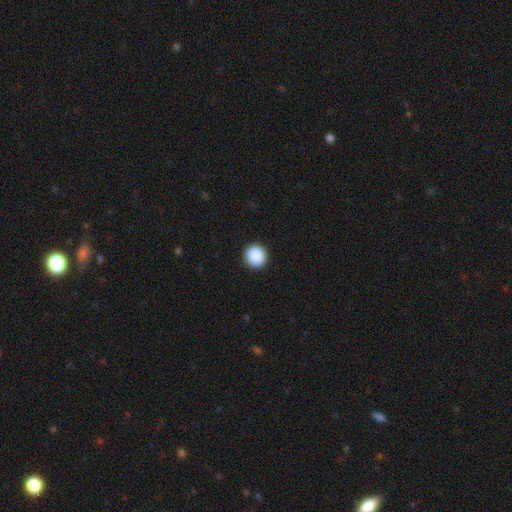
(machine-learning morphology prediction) smooth 89%, star or artifact 8%, featured or disk 2%. Down the decision tree: how rounded — round (93%); merging — none (93%).